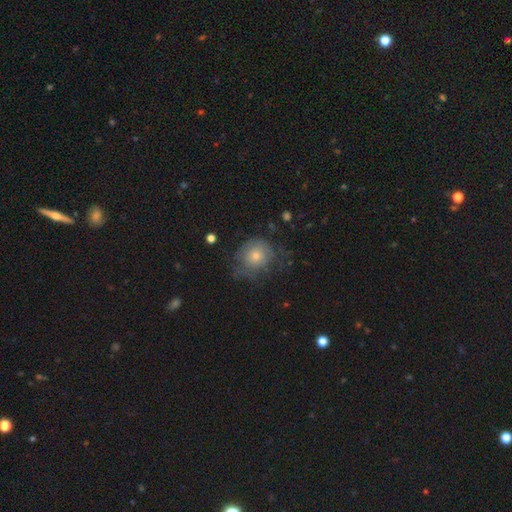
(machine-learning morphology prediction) Q: Smooth or featured?
A: smooth (56%); runner-up: featured or disk (31%)
Q: How rounded?
A: round (80%); runner-up: in between (19%)
Q: Merging?
A: none (58%); runner-up: minor disturbance (24%)